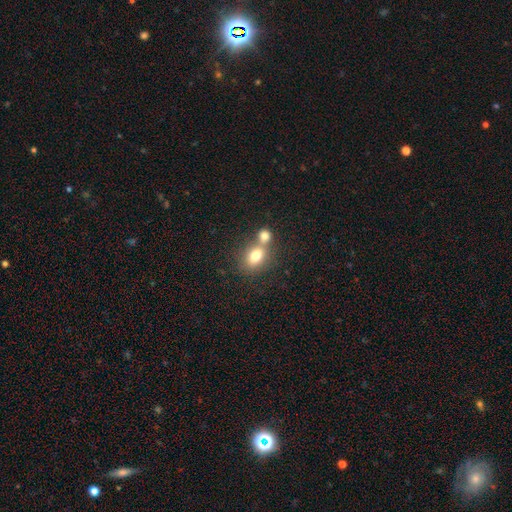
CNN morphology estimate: smooth 77%, featured or disk 13%, star or artifact 10%. Down the decision tree: how rounded — in between (60%); merging — merger (50%).